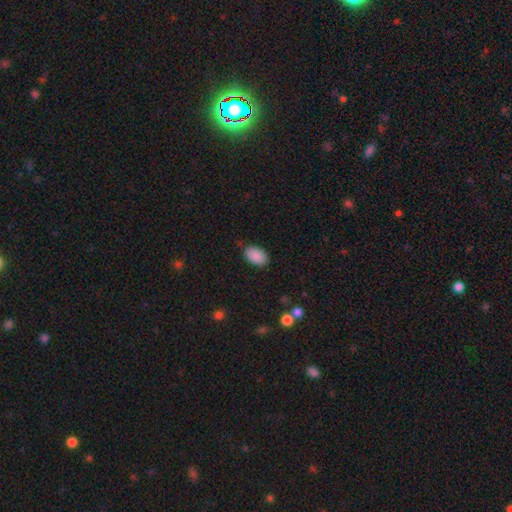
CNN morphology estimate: Smooth or featured? Predicted: smooth (p=0.90). How rounded? Predicted: in between (p=0.92). Merging? Predicted: none (p=0.84).